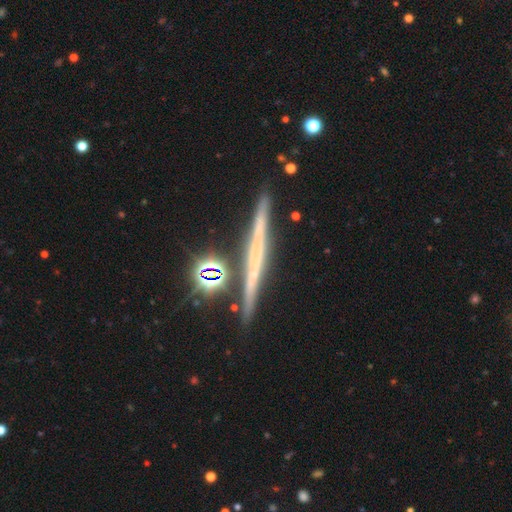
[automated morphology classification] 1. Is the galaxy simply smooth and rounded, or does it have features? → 65% featured or disk, 25% smooth, 11% star or artifact.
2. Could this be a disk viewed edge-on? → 97% yes, 3% no.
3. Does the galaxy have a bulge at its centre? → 81% none, 12% rounded, 7% boxy.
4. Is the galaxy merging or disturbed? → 84% none, 8% minor disturbance, 5% merger, 2% major disturbance.